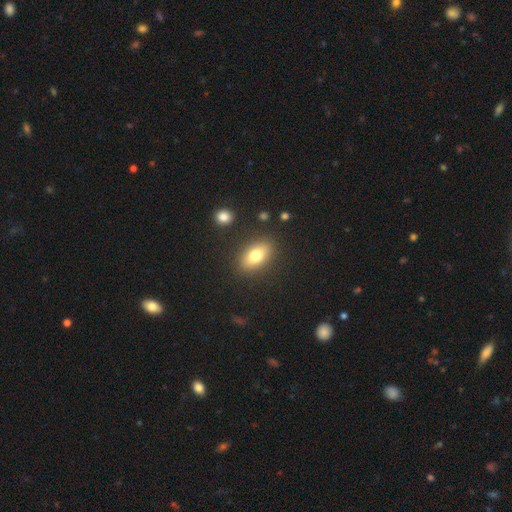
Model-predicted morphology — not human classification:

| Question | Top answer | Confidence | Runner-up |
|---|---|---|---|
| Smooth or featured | smooth | 77% | featured or disk (15%) |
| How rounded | in between | 87% | round (9%) |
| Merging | none | 85% | minor disturbance (9%) |